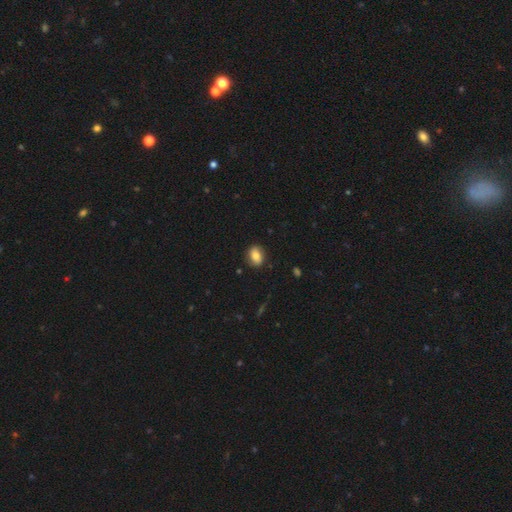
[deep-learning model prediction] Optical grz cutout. It shows a smooth galaxy with no disk features (78%) that is in between round and cigar-shaped (69%). Merging: none (86%).